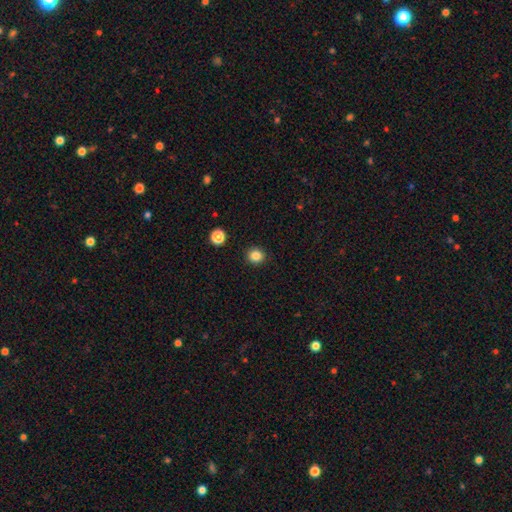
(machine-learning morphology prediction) smooth 84%, star or artifact 12%, featured or disk 4%. Down the decision tree: how rounded — round (90%); merging — none (92%).